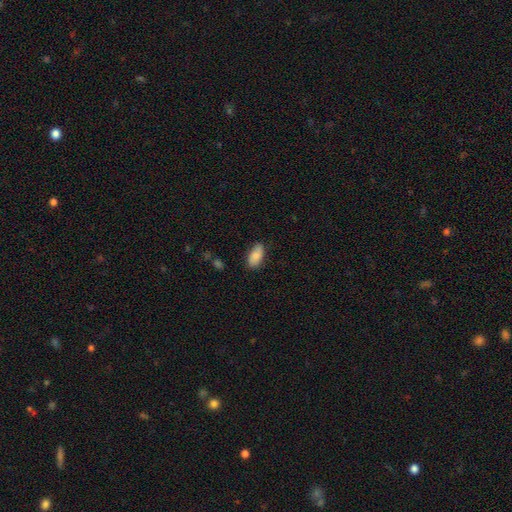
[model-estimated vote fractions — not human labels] smooth-or-featured: smooth: 85% | featured or disk: 9% | star or artifact: 6%
  how-rounded: in between: 93% | cigar-shaped: 5% | round: 3%
  merging: none: 80% | minor disturbance: 16% | major disturbance: 3% | merger: 1%